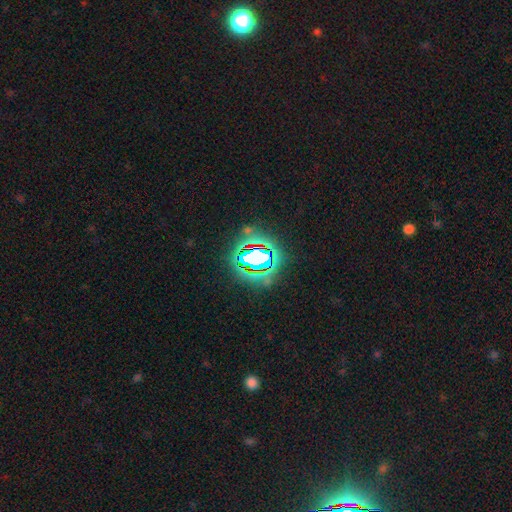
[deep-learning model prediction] The model was most divided on "smooth or featured": star or artifact: 77%, smooth: 13%, featured or disk: 10%.